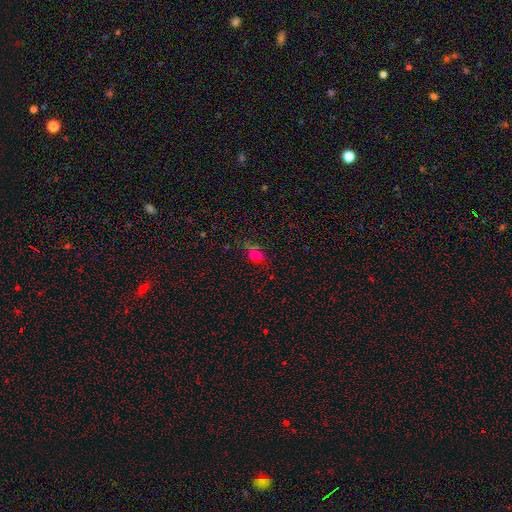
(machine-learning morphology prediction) Smooth or featured? smooth (73%)
How rounded? in between (58%)
Merging? none (55%)